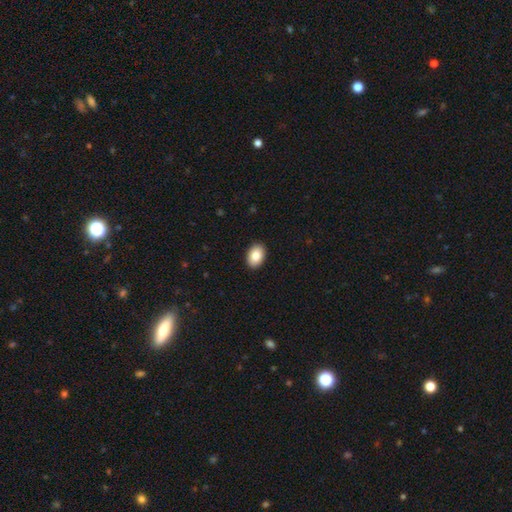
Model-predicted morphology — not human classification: type=smooth (85%); roundness=in between (86%); merging=none (91%).